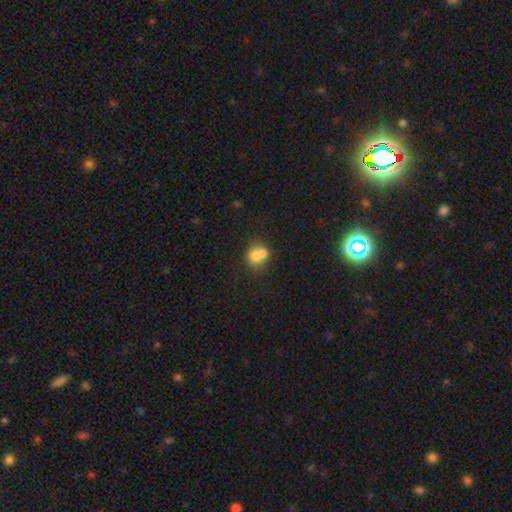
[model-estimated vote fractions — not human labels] This is likely a smooth galaxy (70%). How rounded: likely round (70%). Merging: possibly merger (59%).